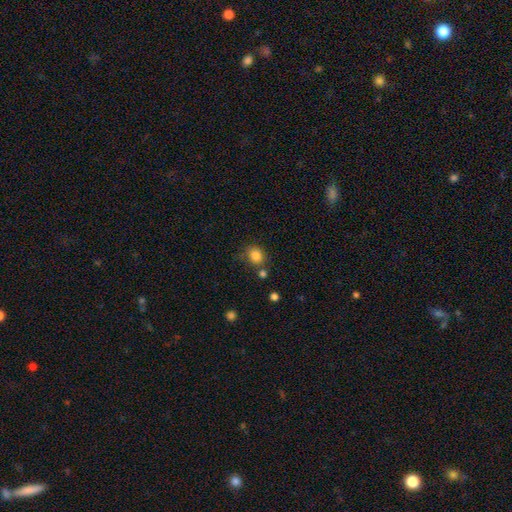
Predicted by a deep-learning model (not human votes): This appears to be a smooth galaxy with no disk features (84%) that is round (72%). Merging: none (67%).